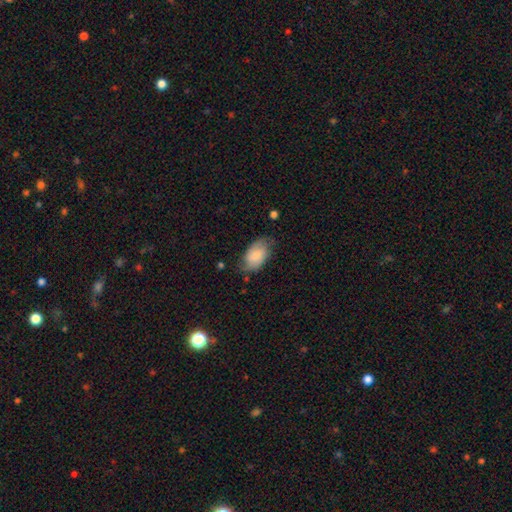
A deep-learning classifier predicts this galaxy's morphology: This appears to be a smooth galaxy with no disk features (67%) that is in between round and cigar-shaped (92%). Merging: none (62%).